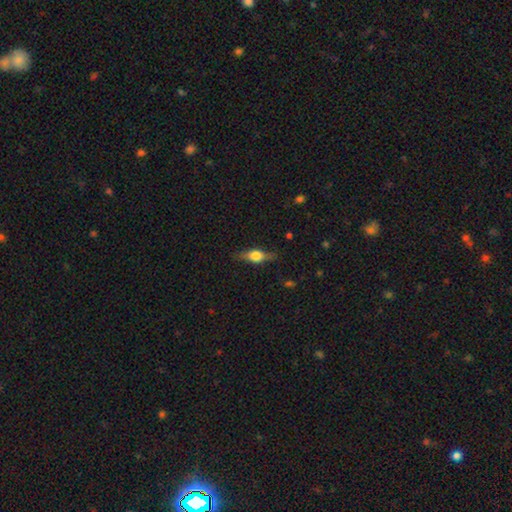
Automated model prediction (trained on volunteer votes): A featured or disk galaxy (47%). Merging: none (81%).